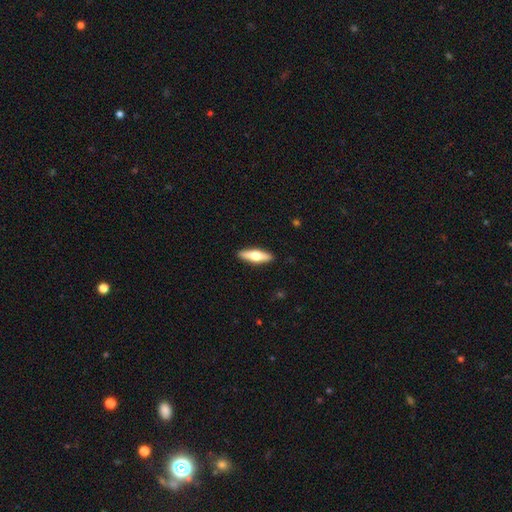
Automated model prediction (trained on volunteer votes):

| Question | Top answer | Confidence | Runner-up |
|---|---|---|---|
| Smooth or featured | featured or disk | 48% | smooth (47%) |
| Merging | none | 91% | minor disturbance (7%) |